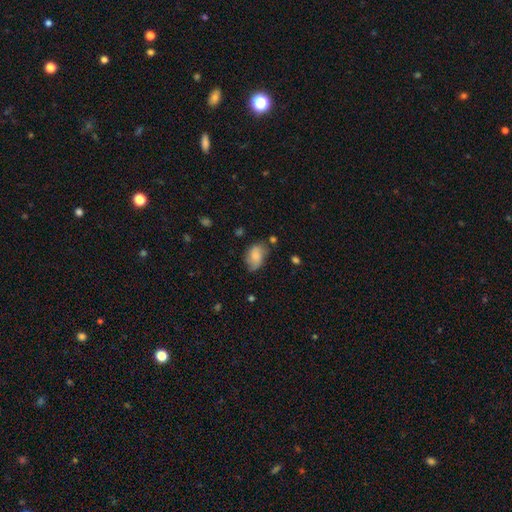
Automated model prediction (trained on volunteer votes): Smooth or featured?
  - smooth: 71% *
  - featured or disk: 21%
  - star or artifact: 8%
How rounded?
  - in between: 86% *
  - round: 13%
  - cigar-shaped: 2%
Merging?
  - none: 55% *
  - minor disturbance: 32%
  - major disturbance: 9%
  - merger: 4%